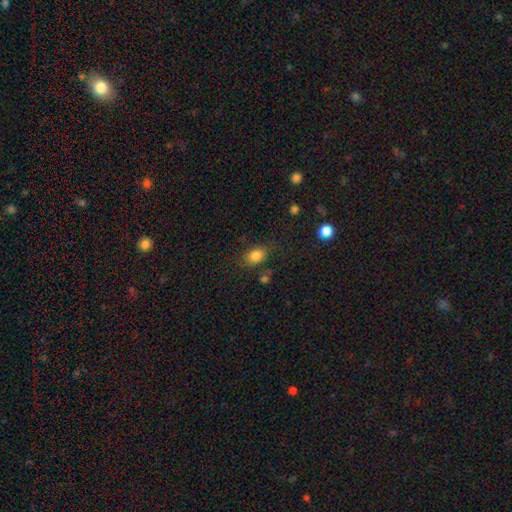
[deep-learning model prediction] The model was most divided on "how rounded": in between: 72%, round: 27%, cigar-shaped: 1%. More confident: smooth or featured — smooth (83%); merging — none (75%).